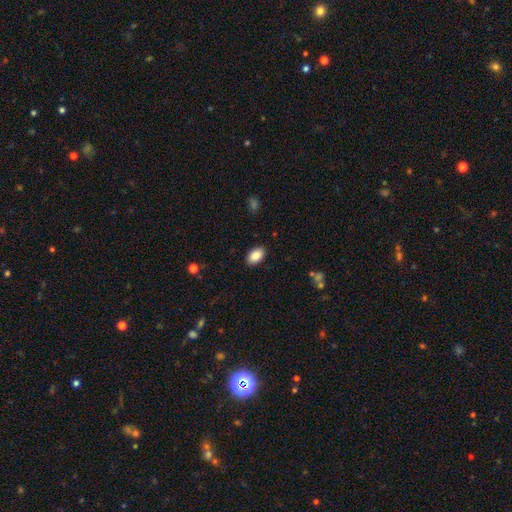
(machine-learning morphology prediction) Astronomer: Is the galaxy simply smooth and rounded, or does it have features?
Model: smooth — 88%.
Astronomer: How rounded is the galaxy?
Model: in between — 92%.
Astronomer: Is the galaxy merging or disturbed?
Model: none — 89%.